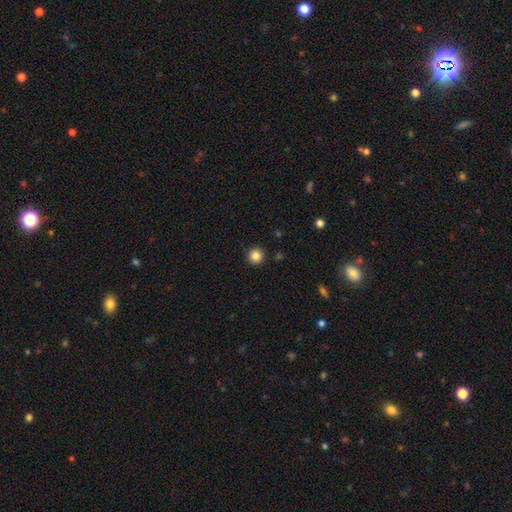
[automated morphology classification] Smooth or featured? smooth (85%)
How rounded? round (95%)
Merging? none (92%)